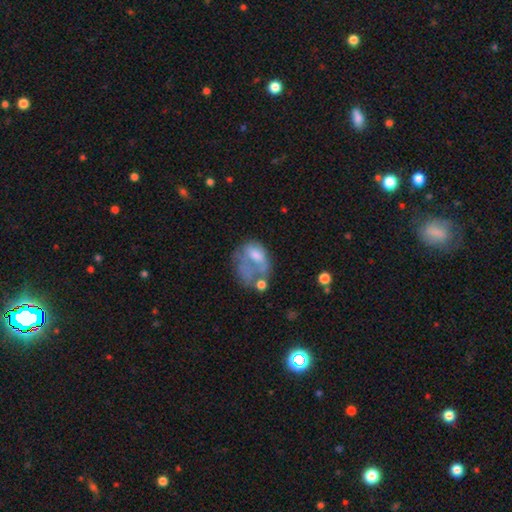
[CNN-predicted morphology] This is possibly a smooth galaxy (47%). Merging: marginally major disturbance (40%).